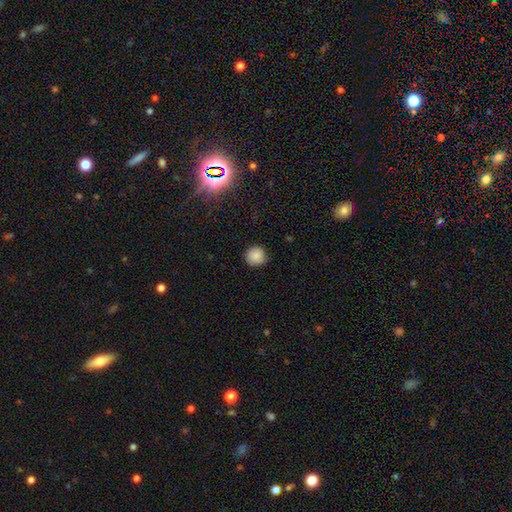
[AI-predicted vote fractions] smooth_or_featured: smooth (p=0.86) [alt: star or artifact p=0.10]
how_rounded: round (p=0.93) [alt: in between p=0.06]
merging: none (p=0.85) [alt: minor disturbance p=0.12]